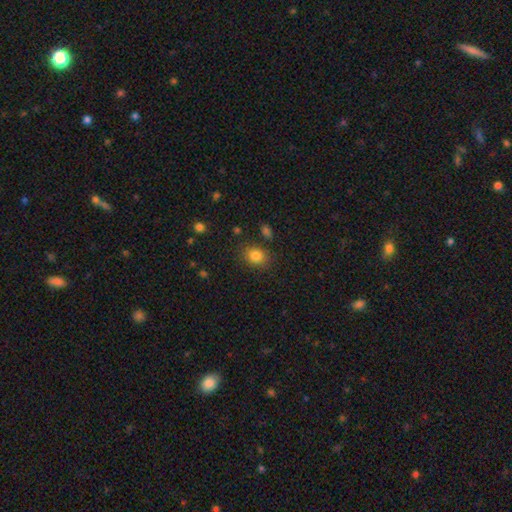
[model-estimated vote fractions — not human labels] smooth-or-featured: smooth: 83% | star or artifact: 11% | featured or disk: 6%
  how-rounded: in between: 50% | round: 49% | cigar-shaped: 1%
  merging: none: 82% | minor disturbance: 12% | major disturbance: 4% | merger: 3%